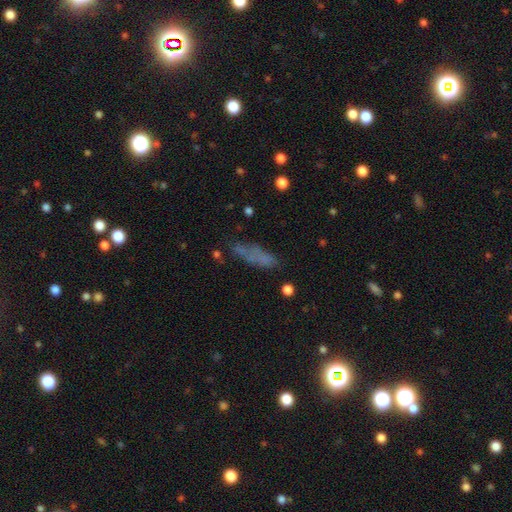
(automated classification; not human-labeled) Overall: smooth (53%; featured or disk 24%). How rounded: cigar-shaped (53%; in between 42%). Merging: none (54%; minor disturbance 23%).